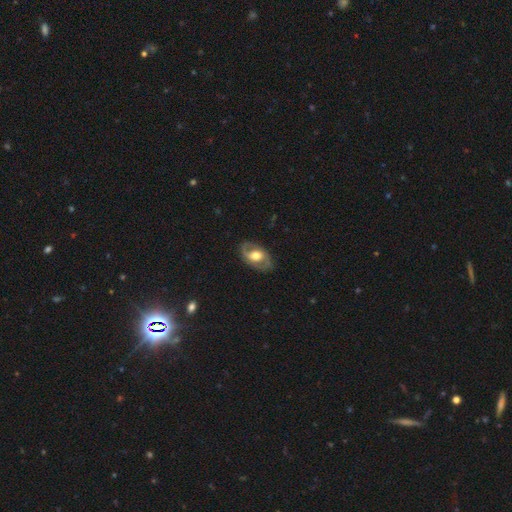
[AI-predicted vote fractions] A featured or disk galaxy (72%) with no bar (49%), 2 (88%) medium (49%) spiral arms (76%) and a moderate central bulge (62%).

Vote fractions:
- Smooth or featured? featured or disk: 72% / smooth: 23% / star or artifact: 5%
- Edge-on disk? no: 94% / yes: 6%
- Bar? no: 49% / weak: 36% / strong: 15%
- Spiral arms? yes: 76% / no: 24%
- Spiral winding? medium: 49% / loose: 26% / tight: 24%
- Spiral arm count? 2: 88% / can't tell: 6% / 1: 3% / 3: 1% / 4: 1% / more than 4: 1%
- Bulge size? moderate: 62% / large: 28% / small: 7% / dominant: 2% / none: 1%
- Merging? none: 82% / minor disturbance: 13% / major disturbance: 5% / merger: 1%